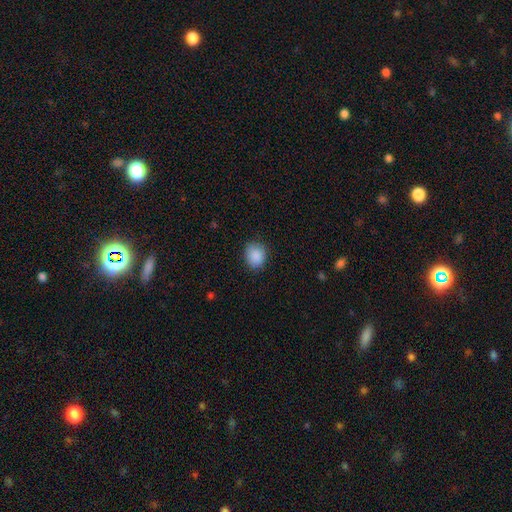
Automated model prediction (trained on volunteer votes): A smooth galaxy with no disk features (89%) that is round (67%).

Vote fractions:
- Smooth or featured? smooth: 89% / star or artifact: 8% / featured or disk: 3%
- How rounded? round: 67% / in between: 32% / cigar-shaped: 1%
- Merging? none: 84% / minor disturbance: 12% / major disturbance: 3% / merger: 1%